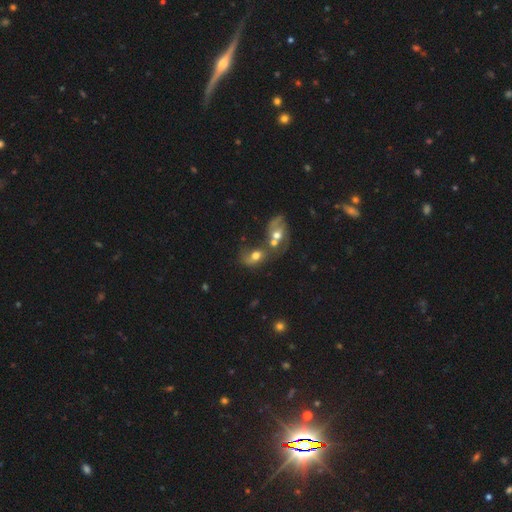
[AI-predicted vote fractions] Smooth or featured? smooth (55%)
How rounded? in between (67%)
Merging? merger (69%)